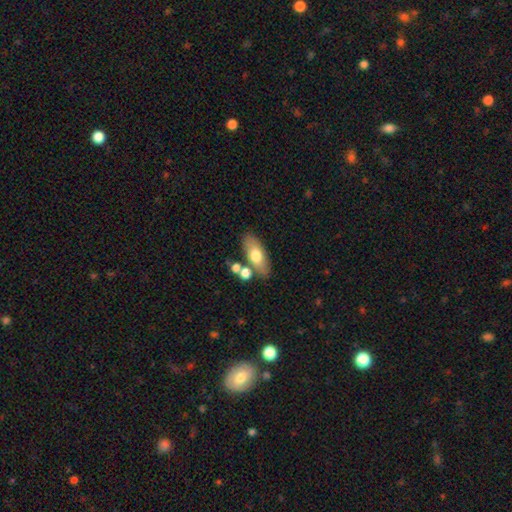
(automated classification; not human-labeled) A smooth galaxy with no disk features (69%) that is in between round and cigar-shaped (79%).

Vote fractions:
- Smooth or featured? smooth: 69% / featured or disk: 25% / star or artifact: 7%
- How rounded? in between: 79% / cigar-shaped: 17% / round: 5%
- Merging? none: 69% / merger: 15% / minor disturbance: 12% / major disturbance: 4%